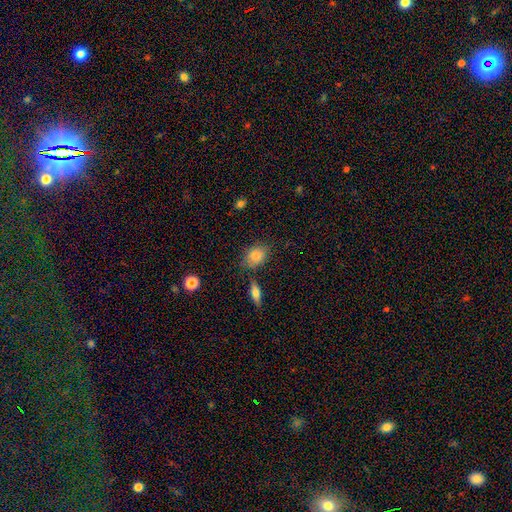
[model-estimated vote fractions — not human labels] This is clearly a smooth galaxy (82%). How rounded: likely in between (68%). Merging: likely none (74%).